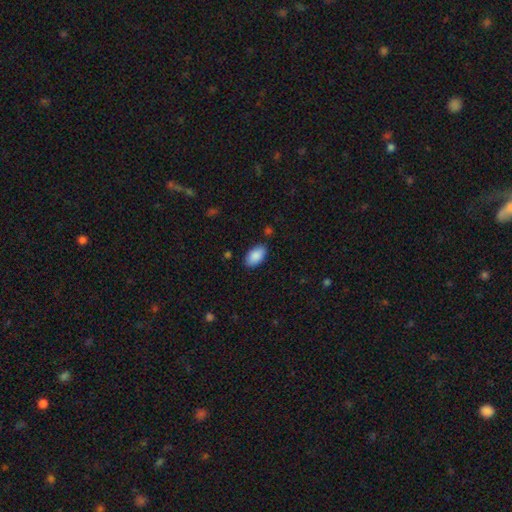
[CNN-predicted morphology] A smooth galaxy with no disk features (89%) that is in between round and cigar-shaped (95%). Merging: none (85%).